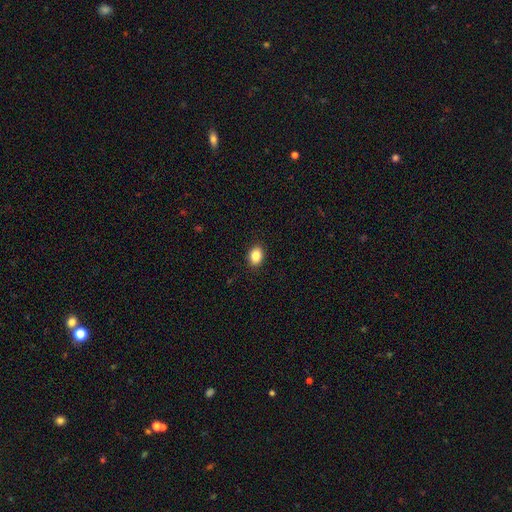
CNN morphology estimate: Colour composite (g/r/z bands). It shows a smooth galaxy with no disk features (86%) that is in between round and cigar-shaped (72%). Merging: none (90%).